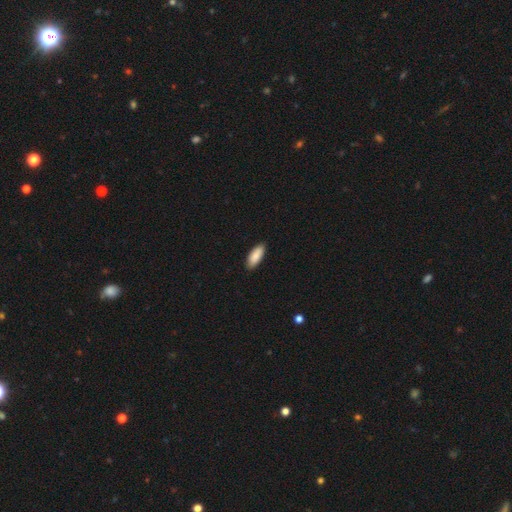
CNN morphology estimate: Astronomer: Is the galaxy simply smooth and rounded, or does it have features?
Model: smooth — 87%.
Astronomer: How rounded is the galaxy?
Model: in between — 79%.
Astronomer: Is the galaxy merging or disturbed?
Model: none — 88%.